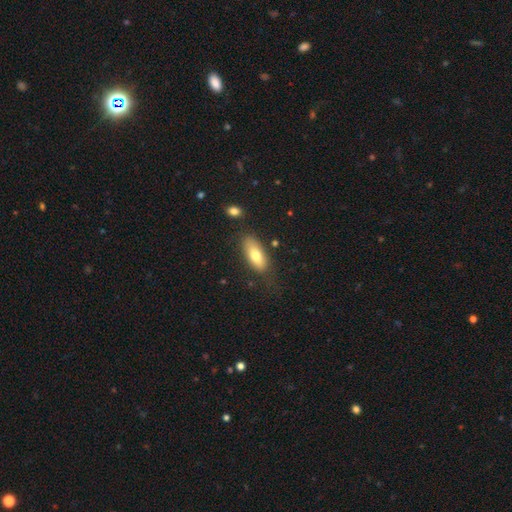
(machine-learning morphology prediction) Overall: smooth (73%). How rounded: in between (79%). Merging: none (72%).